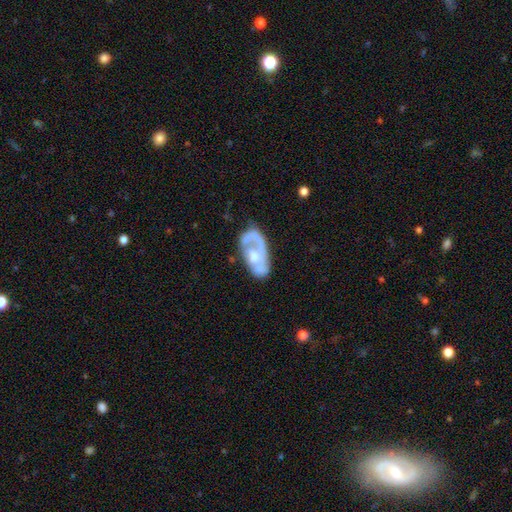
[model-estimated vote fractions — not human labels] Overall: featured or disk (72%). Edge-on disk: no (95%). Bar: no (74%). Spiral arms: yes (68%; no 32%). Bulge size: moderate (53%; small 25%). Merging: none (47%; major disturbance 23%).